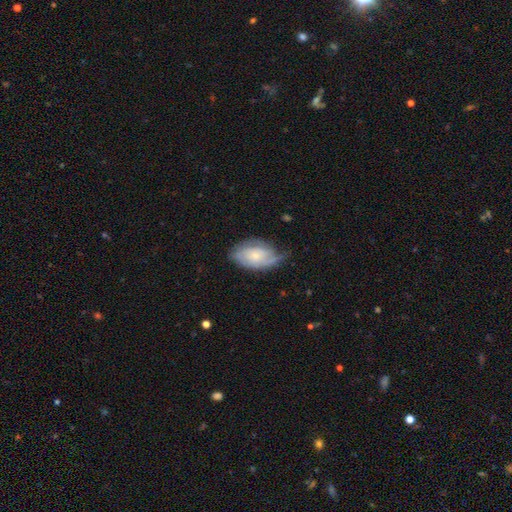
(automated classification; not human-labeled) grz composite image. It shows a featured or disk galaxy (61%) with no bar (75%), spiral arms (86%) and a small central bulge (63%). Merging: none (54%).